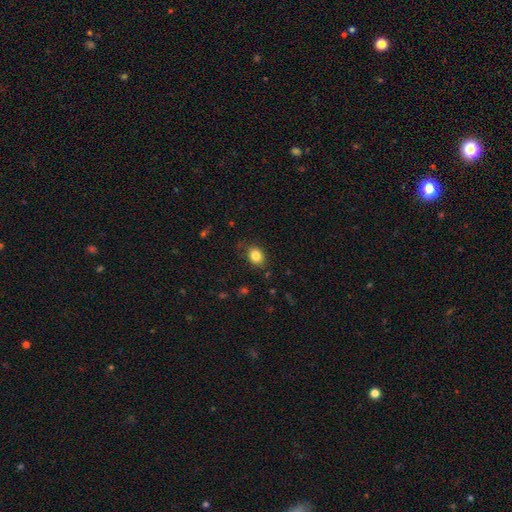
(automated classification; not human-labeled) The model was most divided on "how rounded": in between: 59%, round: 40%, cigar-shaped: 1%. More confident: smooth or featured — smooth (84%); merging — none (81%).